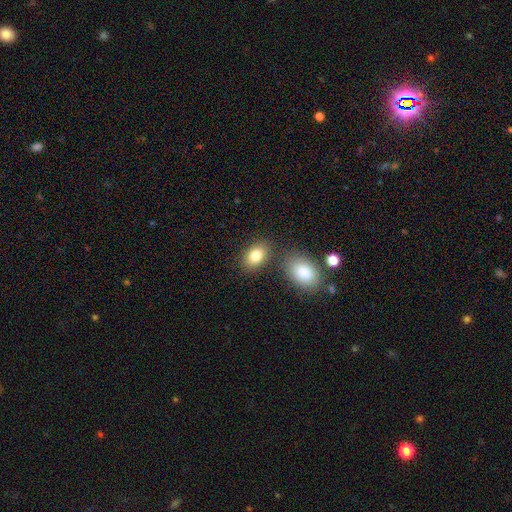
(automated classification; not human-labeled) Smooth or featured? smooth (82%)
How rounded? in between (83%)
Merging? none (74%)